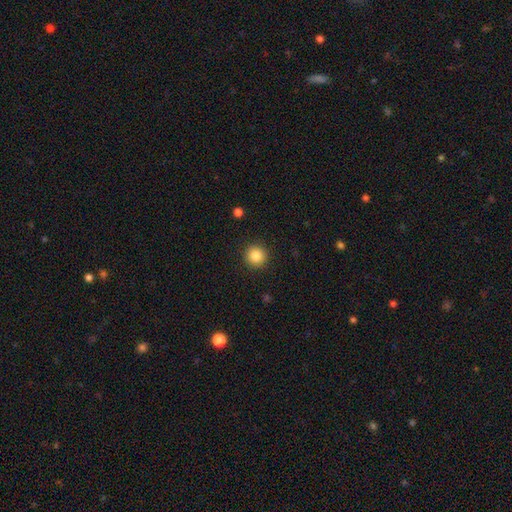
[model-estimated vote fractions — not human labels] Smooth or featured: smooth — 85% (star or artifact — 10%)
How rounded: round — 95% (in between — 4%)
Merging: none — 92% (minor disturbance — 5%)